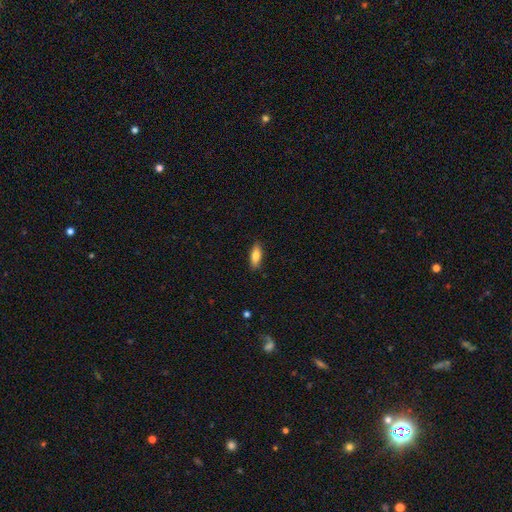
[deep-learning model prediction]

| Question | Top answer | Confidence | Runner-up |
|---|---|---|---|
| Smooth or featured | smooth | 79% | featured or disk (14%) |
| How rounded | in between | 70% | cigar-shaped (28%) |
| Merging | none | 88% | minor disturbance (9%) |